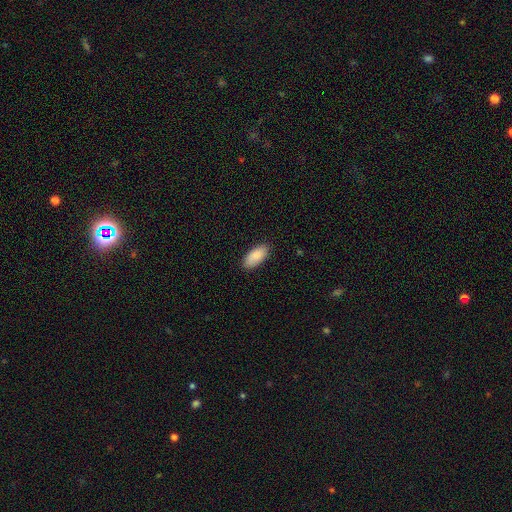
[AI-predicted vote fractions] Q: Smooth or featured?
A: smooth (89%); runner-up: star or artifact (6%)
Q: How rounded?
A: in between (91%); runner-up: cigar-shaped (7%)
Q: Merging?
A: none (87%); runner-up: minor disturbance (10%)